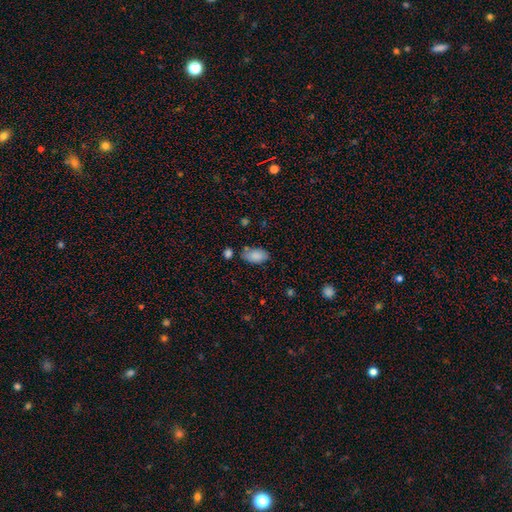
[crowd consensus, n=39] Smooth or featured? 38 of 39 (97%) said smooth. How rounded? 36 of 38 (95%) said in between. Merging? 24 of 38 (63%) said none.